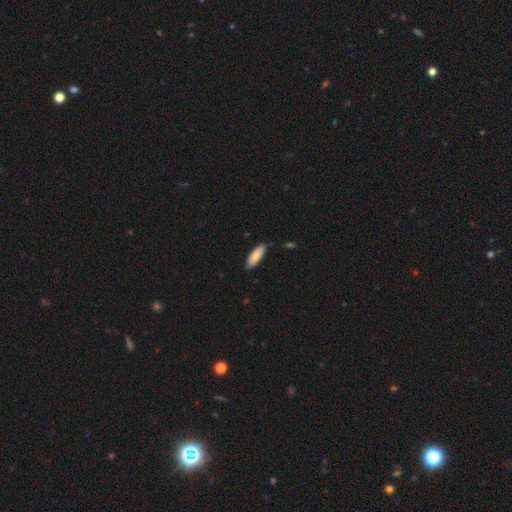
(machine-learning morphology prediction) The model was most divided on "how rounded": in between: 66%, cigar-shaped: 32%, round: 2%. More confident: smooth or featured — smooth (82%); merging — none (81%).